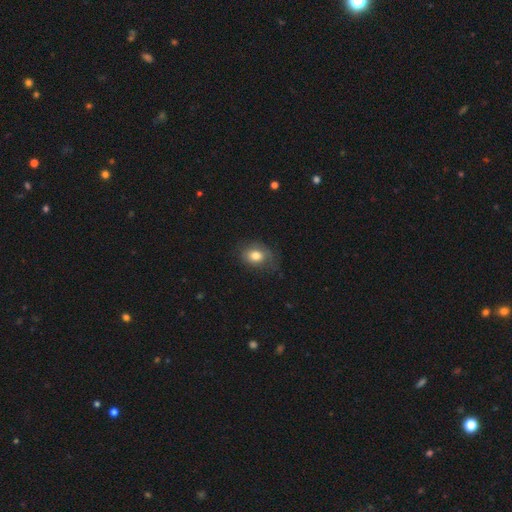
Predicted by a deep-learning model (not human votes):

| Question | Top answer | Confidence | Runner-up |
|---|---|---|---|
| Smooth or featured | smooth | 77% | featured or disk (14%) |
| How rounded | in between | 62% | round (36%) |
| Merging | none | 62% | minor disturbance (26%) |